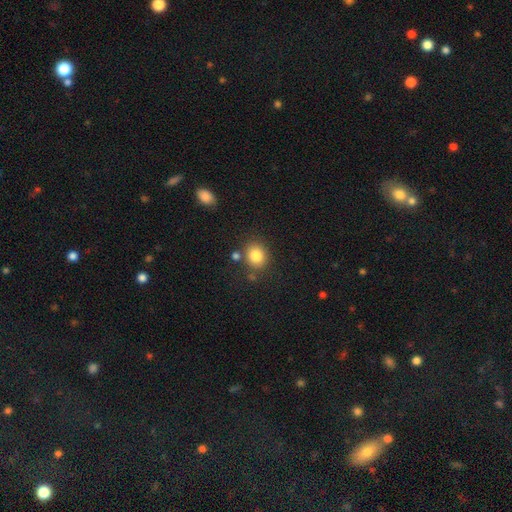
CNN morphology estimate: smooth-or-featured: smooth: 83% | star or artifact: 10% | featured or disk: 7%
  how-rounded: round: 67% | in between: 32% | cigar-shaped: 1%
  merging: none: 77% | minor disturbance: 11% | merger: 8% | major disturbance: 4%